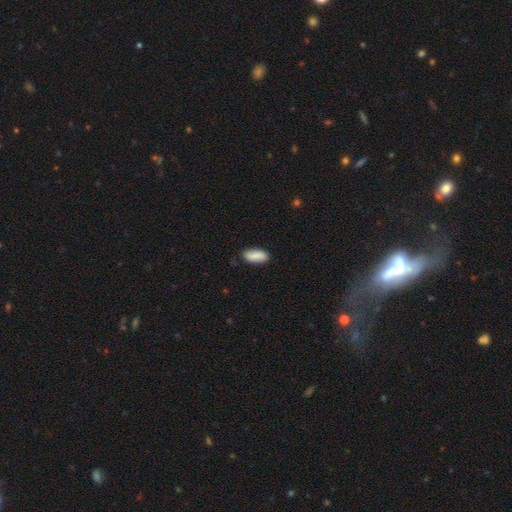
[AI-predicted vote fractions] smooth-or-featured: smooth: 85% | featured or disk: 8% | star or artifact: 6%
  how-rounded: in between: 85% | cigar-shaped: 13% | round: 3%
  merging: none: 82% | minor disturbance: 14% | major disturbance: 3% | merger: 2%